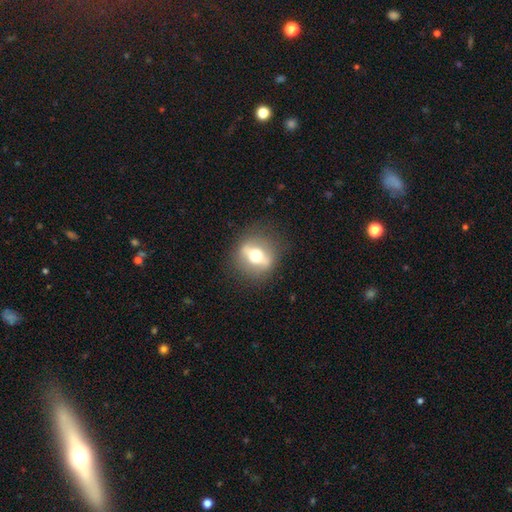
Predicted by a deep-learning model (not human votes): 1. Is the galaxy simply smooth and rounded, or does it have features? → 59% featured or disk, 33% smooth, 8% star or artifact.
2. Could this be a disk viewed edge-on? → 51% no, 49% yes.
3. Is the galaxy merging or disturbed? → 83% none, 10% minor disturbance, 5% major disturbance, 1% merger.